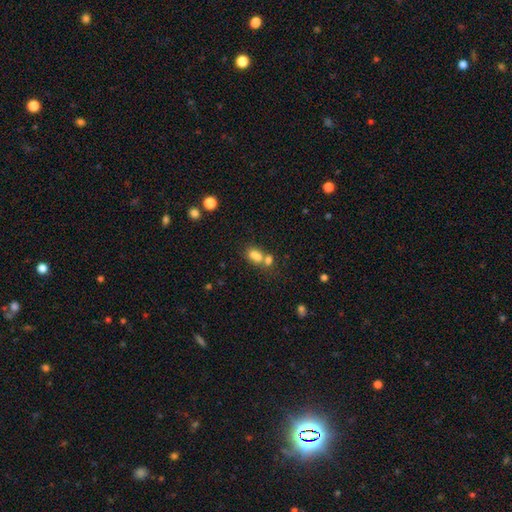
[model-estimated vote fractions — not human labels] Smooth or featured: smooth — 75% (star or artifact — 13%)
How rounded: in between — 71% (round — 26%)
Merging: merger — 55% (none — 31%)